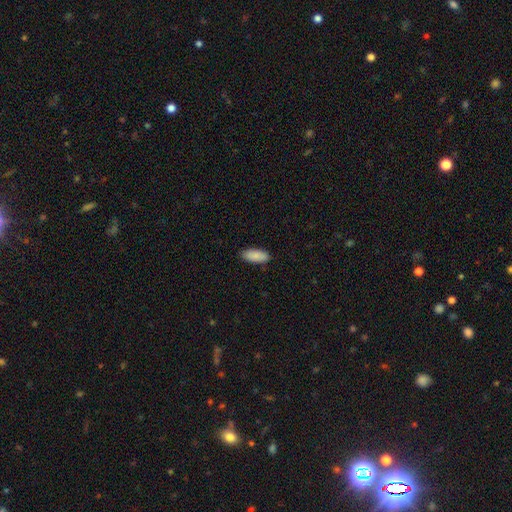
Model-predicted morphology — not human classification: Overall: smooth (89%). How rounded: in between (81%). Merging: none (88%).